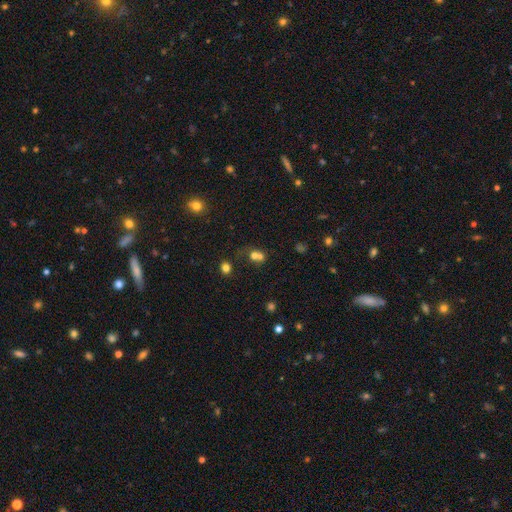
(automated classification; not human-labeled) A smooth galaxy with no disk features (66%) that is round (76%).

Vote fractions:
- Smooth or featured? smooth: 66% / star or artifact: 19% / featured or disk: 15%
- How rounded? round: 76% / in between: 23% / cigar-shaped: 1%
- Merging? merger: 56% / none: 33% / minor disturbance: 7% / major disturbance: 4%